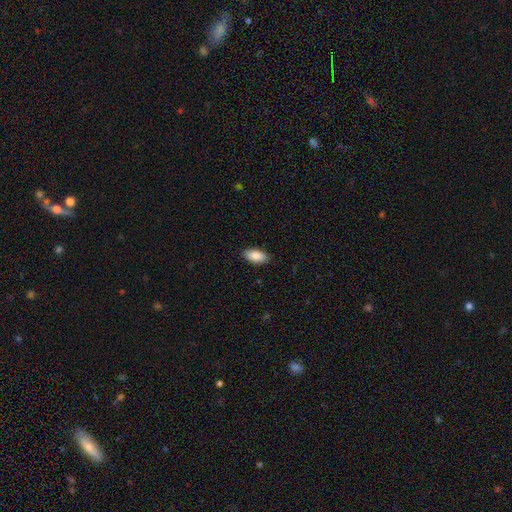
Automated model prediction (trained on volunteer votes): smooth-or-featured: smooth: 87% | featured or disk: 6% | star or artifact: 6%
  how-rounded: in between: 91% | cigar-shaped: 7% | round: 2%
  merging: none: 89% | minor disturbance: 8% | major disturbance: 2% | merger: 1%